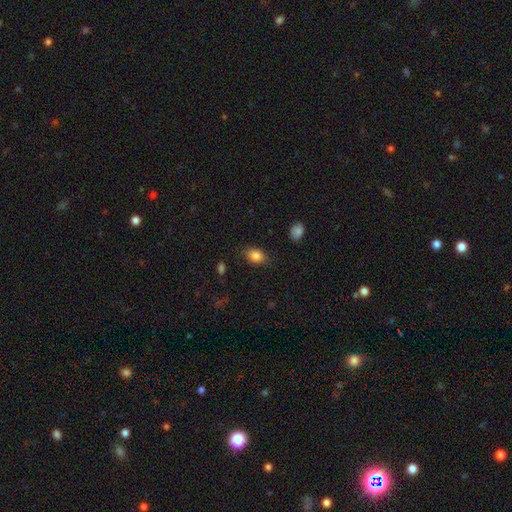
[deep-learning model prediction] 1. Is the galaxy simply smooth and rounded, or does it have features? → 85% smooth, 9% star or artifact, 6% featured or disk.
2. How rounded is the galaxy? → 79% in between, 19% round, 1% cigar-shaped.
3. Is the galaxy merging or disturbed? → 80% none, 15% minor disturbance, 4% major disturbance, 1% merger.